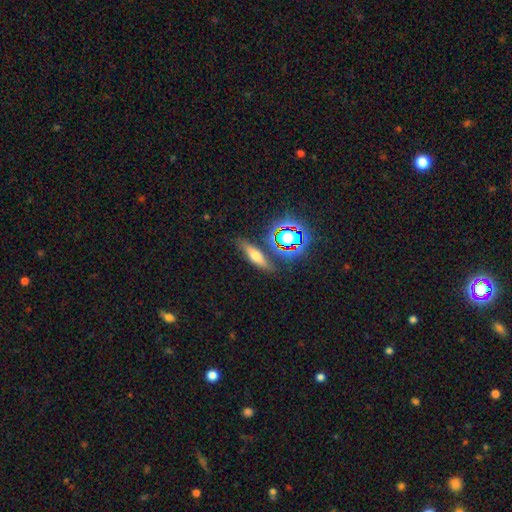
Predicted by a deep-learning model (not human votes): smooth_or_featured: smooth (p=0.48) [alt: featured or disk p=0.33]
merging: none (p=0.79) [alt: minor disturbance p=0.12]